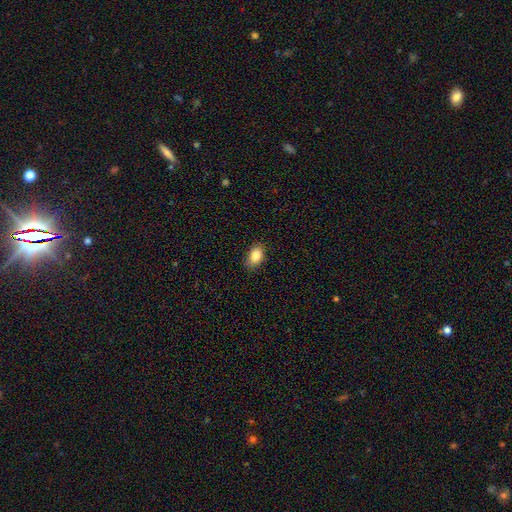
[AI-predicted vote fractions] The model was most divided on "merging": none: 85%, minor disturbance: 11%, major disturbance: 2%, merger: 1%. More confident: how rounded — in between (89%); smooth or featured — smooth (87%).